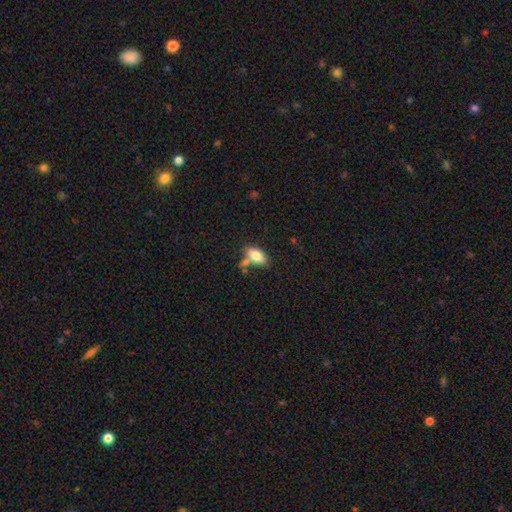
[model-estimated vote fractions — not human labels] Smooth or featured? Predicted: smooth (p=0.79). How rounded? Predicted: in between (p=0.88). Merging? Predicted: none (p=0.56).